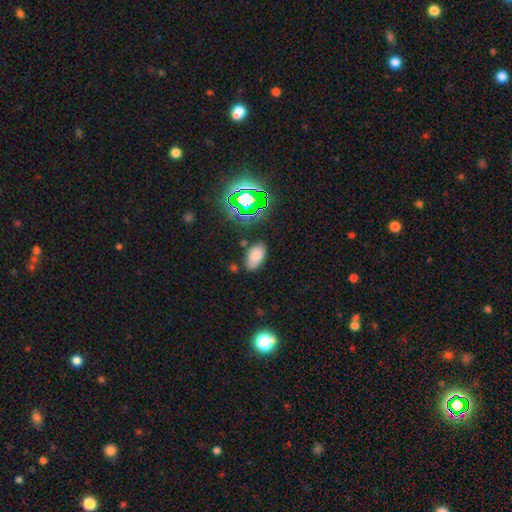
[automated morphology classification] Q: Smooth or featured?
A: smooth (71%); runner-up: star or artifact (18%)
Q: How rounded?
A: in between (93%); runner-up: round (5%)
Q: Merging?
A: none (78%); runner-up: minor disturbance (15%)